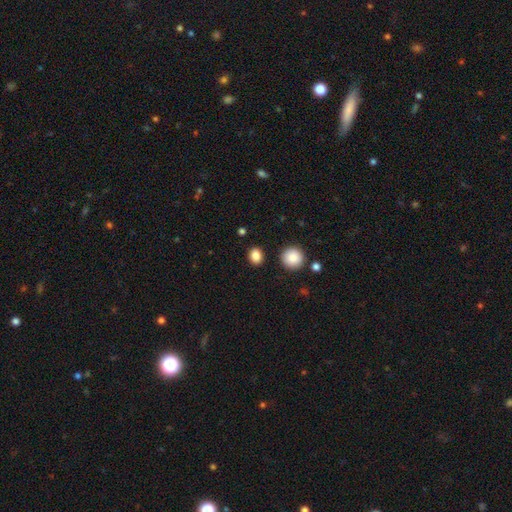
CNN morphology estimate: A smooth galaxy with no disk features (86%) that is round (61%).

Vote fractions:
- Smooth or featured? smooth: 86% / star or artifact: 10% / featured or disk: 4%
- How rounded? round: 61% / in between: 38% / cigar-shaped: 1%
- Merging? none: 87% / minor disturbance: 7% / merger: 3% / major disturbance: 3%